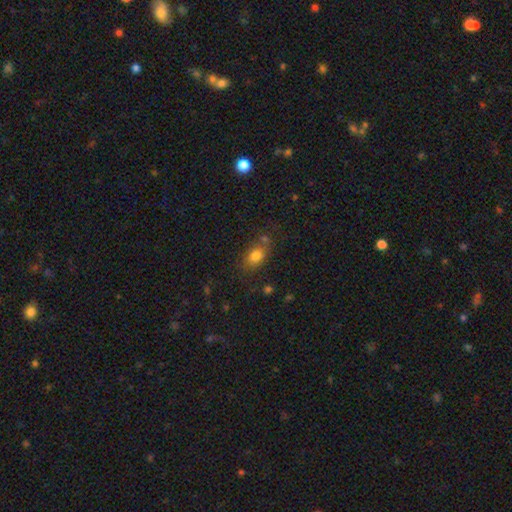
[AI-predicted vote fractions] This appears to be a smooth galaxy with no disk features (79%) that is in between round and cigar-shaped (74%). Merging: none (63%).